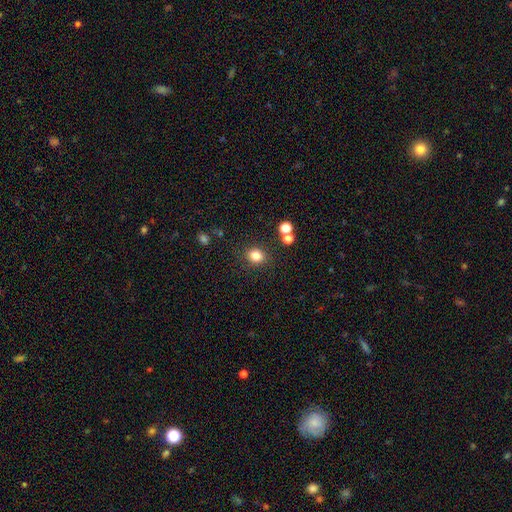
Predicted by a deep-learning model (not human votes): Smooth or featured? smooth (81%)
How rounded? round (71%)
Merging? none (84%)